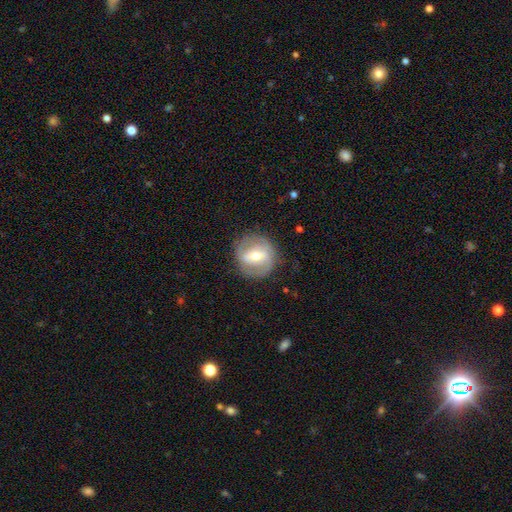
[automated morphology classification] type=featured or disk (61%); edge-on=no (95%); bar=weak (43%); spiral arms=yes (57%); bulge=moderate (67%); merging=none (77%).